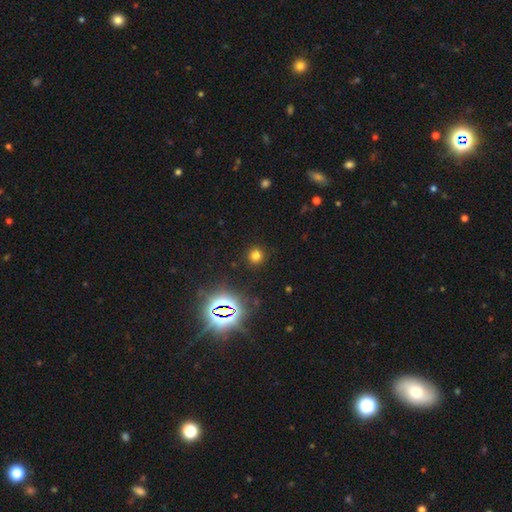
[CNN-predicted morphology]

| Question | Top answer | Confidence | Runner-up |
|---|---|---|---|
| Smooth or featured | smooth | 71% | star or artifact (23%) |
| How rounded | round | 92% | in between (7%) |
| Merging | none | 90% | minor disturbance (6%) |